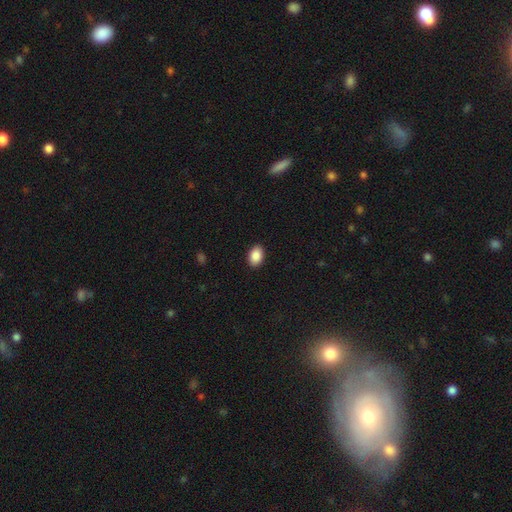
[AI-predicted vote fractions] A smooth galaxy with no disk features (89%) that is in between round and cigar-shaped (86%). Merging: none (91%).